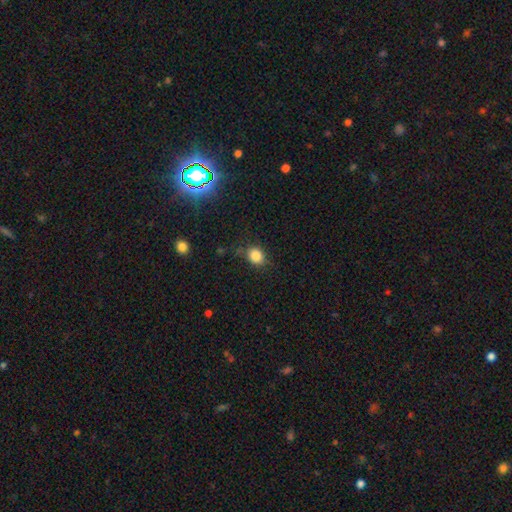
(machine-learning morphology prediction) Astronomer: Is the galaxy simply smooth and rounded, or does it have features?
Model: smooth — 84%.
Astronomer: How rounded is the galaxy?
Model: round — 67%.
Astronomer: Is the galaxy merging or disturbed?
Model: none — 76%.